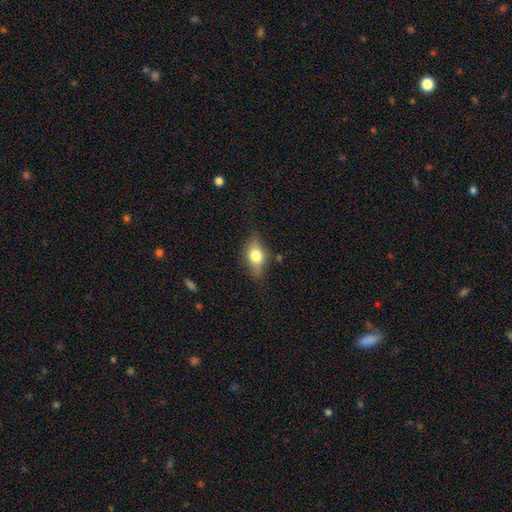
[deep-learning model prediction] Smooth or featured?
  - smooth: 65% *
  - featured or disk: 27%
  - star or artifact: 8%
How rounded?
  - in between: 76% *
  - round: 15%
  - cigar-shaped: 10%
Merging?
  - none: 75% *
  - minor disturbance: 19%
  - major disturbance: 5%
  - merger: 2%